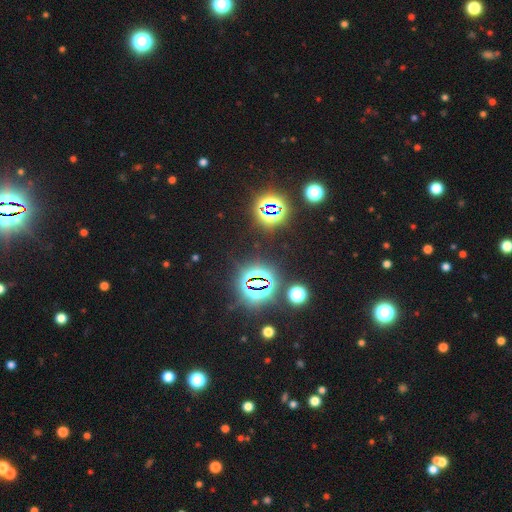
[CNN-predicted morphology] Smooth or featured? Predicted: star or artifact (p=0.79).